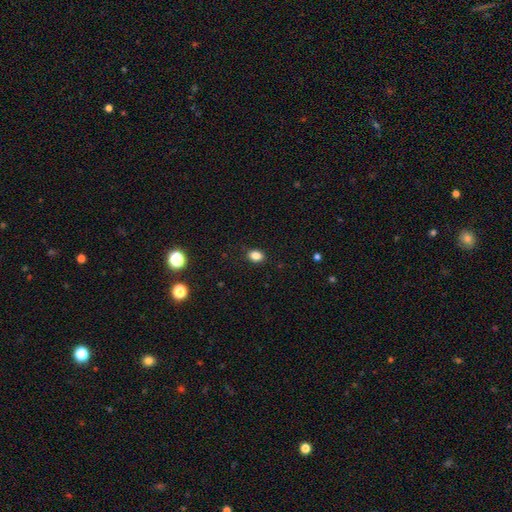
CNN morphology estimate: A smooth galaxy with no disk features (84%) that is in between round and cigar-shaped (68%).

Vote fractions:
- Smooth or featured? smooth: 84% / star or artifact: 11% / featured or disk: 5%
- How rounded? in between: 68% / round: 31% / cigar-shaped: 1%
- Merging? none: 87% / minor disturbance: 10% / major disturbance: 2% / merger: 1%